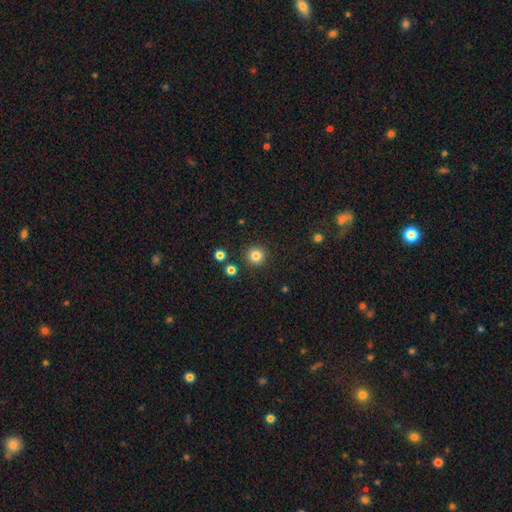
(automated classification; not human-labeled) A smooth galaxy with no disk features (83%) that is round (95%).

Vote fractions:
- Smooth or featured? smooth: 83% / star or artifact: 12% / featured or disk: 5%
- How rounded? round: 95% / in between: 4% / cigar-shaped: 1%
- Merging? none: 91% / minor disturbance: 5% / merger: 2% / major disturbance: 2%